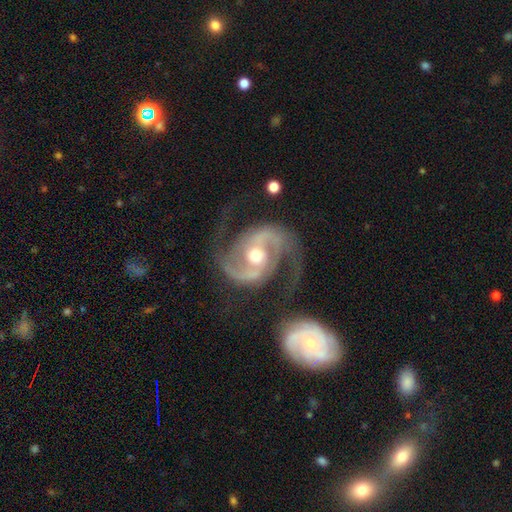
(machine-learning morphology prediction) The model was most divided on "bar": weak: 36%, no: 33%, strong: 31%. More confident: spiral arms — yes (98%); edge-on disk — no (98%); spiral arm count — 2 (93%); smooth or featured — featured or disk (92%); bulge size — moderate (70%); merging — none (65%); spiral winding — medium (62%).